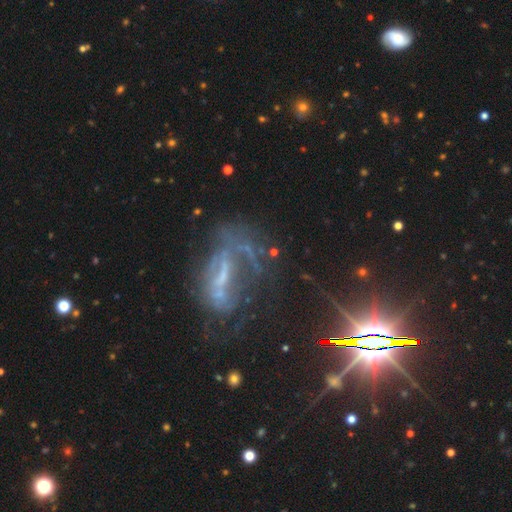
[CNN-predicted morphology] Smooth or featured? featured or disk (55%)
Edge-on disk? no (81%)
Merging? major disturbance (38%)